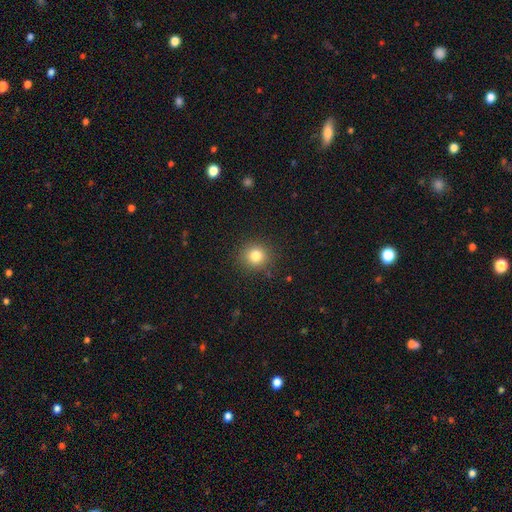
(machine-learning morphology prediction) Overall: smooth (81%). How rounded: round (90%). Merging: none (90%).